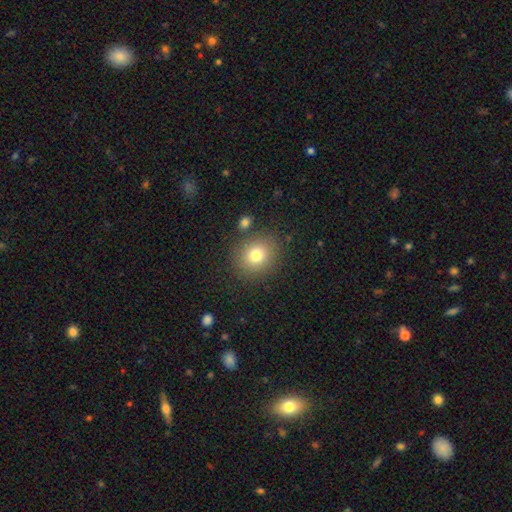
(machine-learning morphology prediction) smooth_or_featured: smooth (p=0.76) [alt: star or artifact p=0.14]
how_rounded: round (p=0.80) [alt: in between p=0.19]
merging: none (p=0.85) [alt: minor disturbance p=0.08]